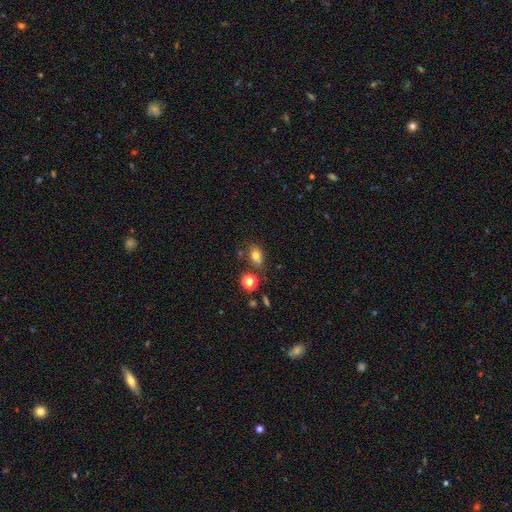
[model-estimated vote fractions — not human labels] The model was most divided on "how rounded": in between: 56%, round: 42%, cigar-shaped: 2%. More confident: smooth or featured — smooth (72%); merging — none (61%).